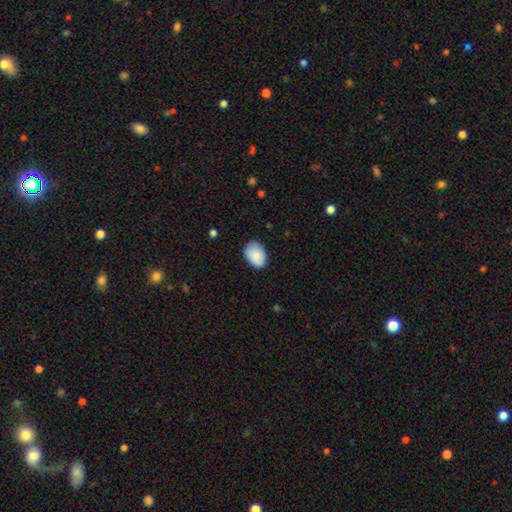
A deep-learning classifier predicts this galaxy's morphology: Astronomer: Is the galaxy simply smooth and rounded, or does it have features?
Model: smooth — 87%.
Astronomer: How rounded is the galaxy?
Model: in between — 84%.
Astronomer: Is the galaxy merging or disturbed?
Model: none — 79%.